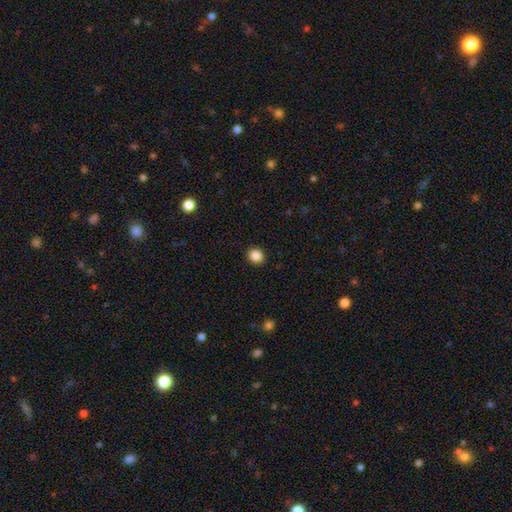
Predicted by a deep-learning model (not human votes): This appears to be a smooth galaxy with no disk features (87%) that is round (84%). Merging: none (92%).